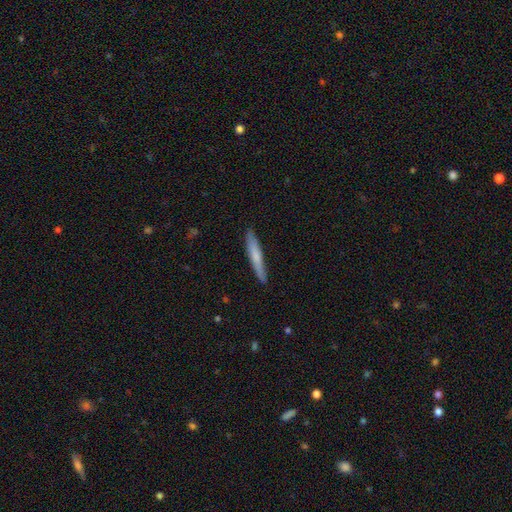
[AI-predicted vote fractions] A smooth galaxy with no disk features (66%) that is cigar-shaped (94%). Merging: none (86%).